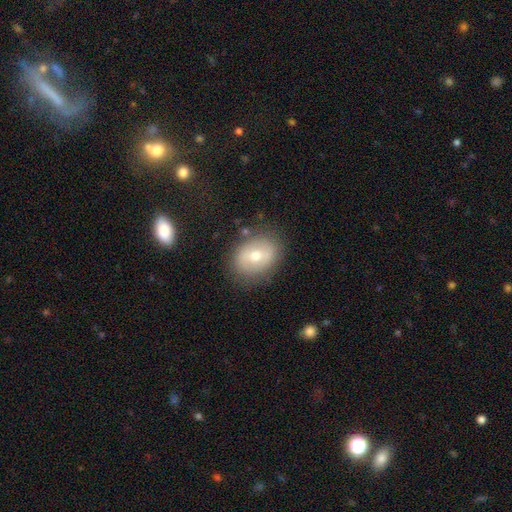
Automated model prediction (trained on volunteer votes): smooth_or_featured: smooth (p=0.56) [alt: featured or disk p=0.35]
how_rounded: in between (p=0.55) [alt: round p=0.44]
merging: none (p=0.80) [alt: minor disturbance p=0.13]